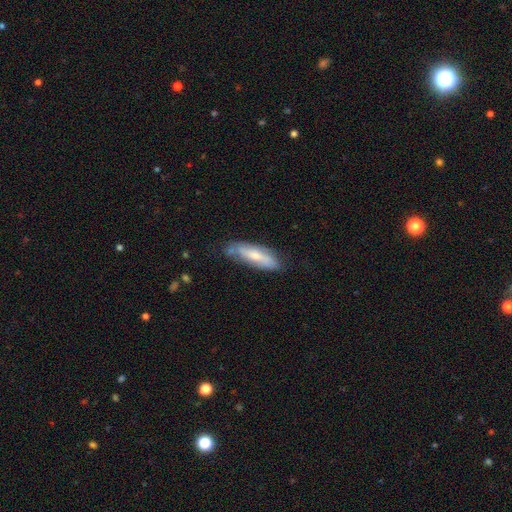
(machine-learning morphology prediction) Smooth or featured? smooth (55%)
How rounded? cigar-shaped (59%)
Merging? none (68%)